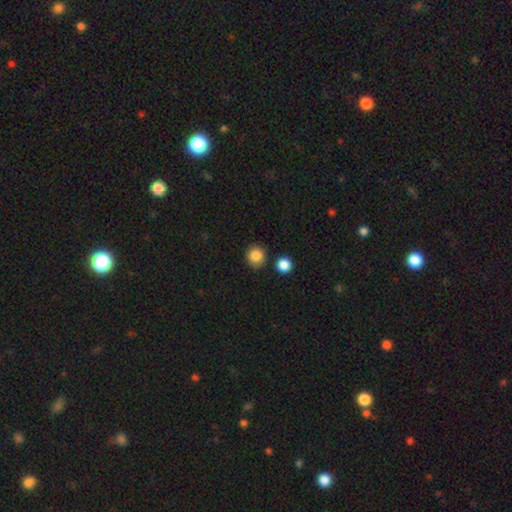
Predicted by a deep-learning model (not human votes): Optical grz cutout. It shows a smooth galaxy with no disk features (86%) that is round (90%). Merging: none (84%).